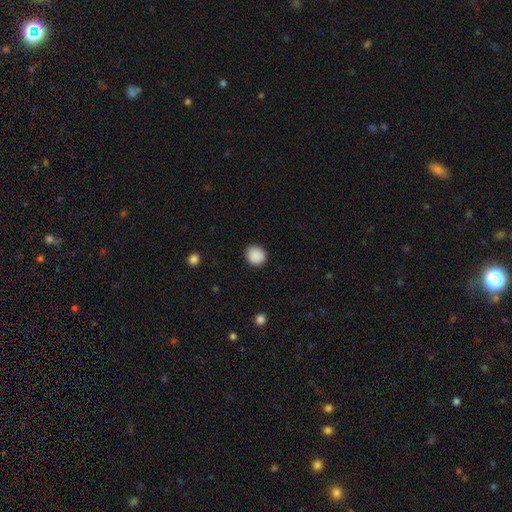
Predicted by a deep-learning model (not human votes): smooth_or_featured: smooth (p=0.89) [alt: star or artifact p=0.08]
how_rounded: round (p=0.87) [alt: in between p=0.12]
merging: none (p=0.90) [alt: minor disturbance p=0.07]